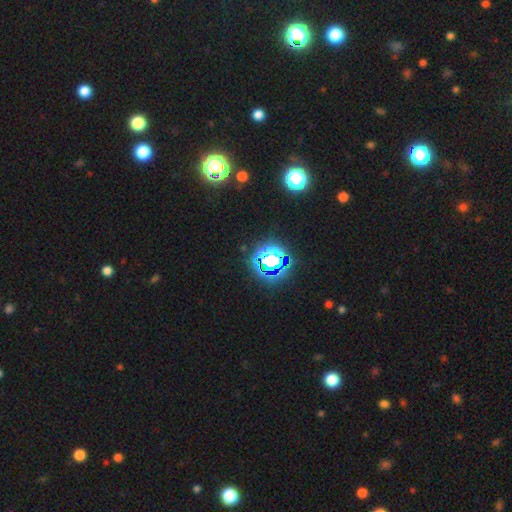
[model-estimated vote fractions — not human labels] Smooth or featured?
  - star or artifact: 79% *
  - smooth: 14%
  - featured or disk: 7%